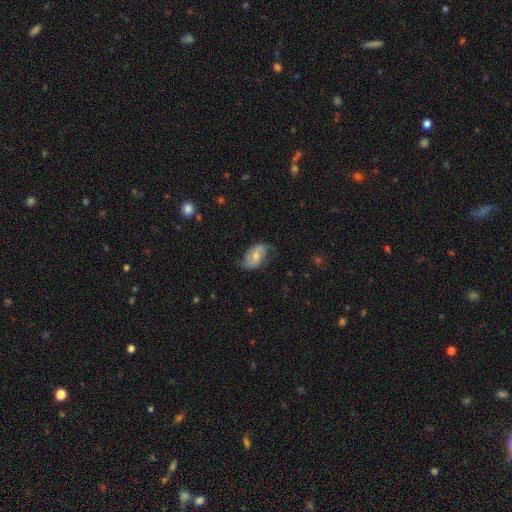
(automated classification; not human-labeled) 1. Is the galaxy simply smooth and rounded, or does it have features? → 47% featured or disk, 46% smooth, 7% star or artifact.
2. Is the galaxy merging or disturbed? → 63% none, 28% minor disturbance, 8% major disturbance, 1% merger.